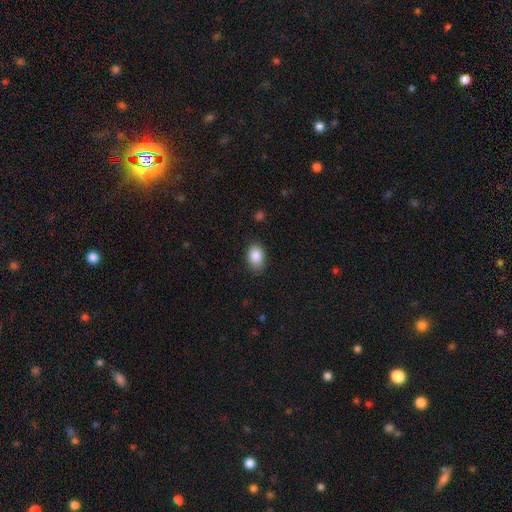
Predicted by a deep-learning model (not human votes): Smooth or featured?
  - smooth: 87% *
  - star or artifact: 8%
  - featured or disk: 5%
How rounded?
  - in between: 81% *
  - round: 17%
  - cigar-shaped: 1%
Merging?
  - none: 83% *
  - minor disturbance: 13%
  - major disturbance: 3%
  - merger: 1%